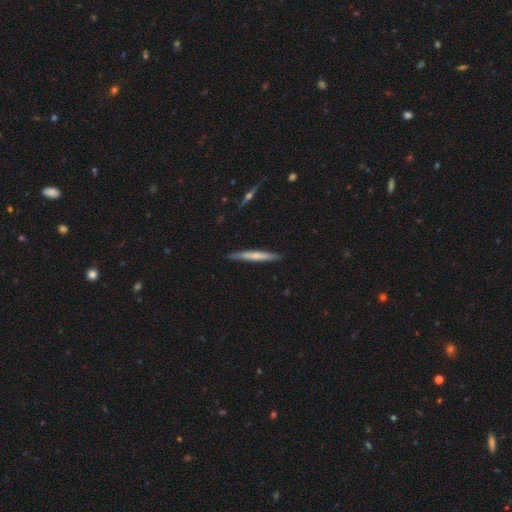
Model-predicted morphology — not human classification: Overall: smooth (56%; featured or disk 38%). How rounded: cigar-shaped (96%). Merging: none (87%).